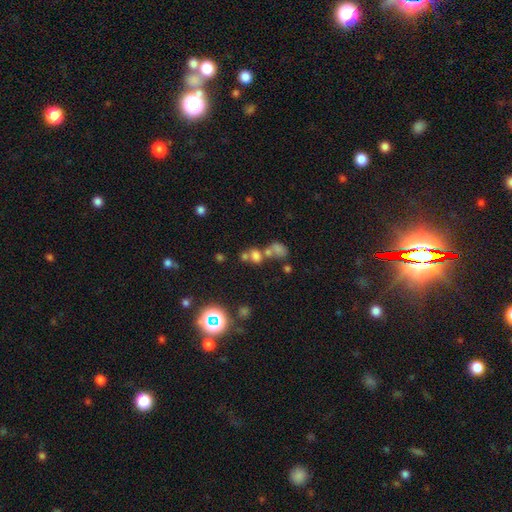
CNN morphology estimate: The model was most divided on "how rounded" (2-way tie): round: 49%, in between: 49%, cigar-shaped: 2%. Remaining: smooth or featured — smooth (61%); merging — merger (48%).